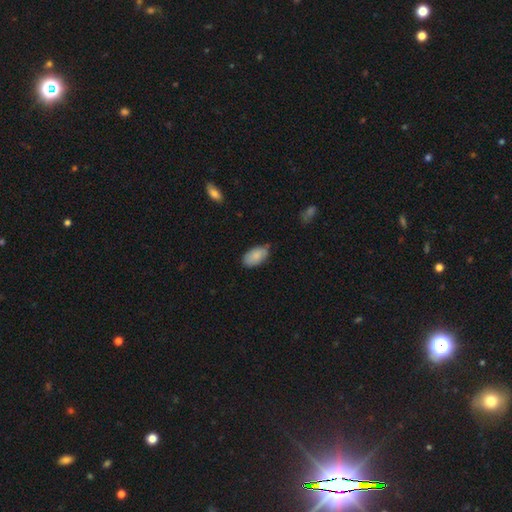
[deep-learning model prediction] smooth_or_featured: smooth (p=0.85) [alt: featured or disk p=0.08]
how_rounded: in between (p=0.94) [alt: round p=0.03]
merging: none (p=0.71) [alt: minor disturbance p=0.23]